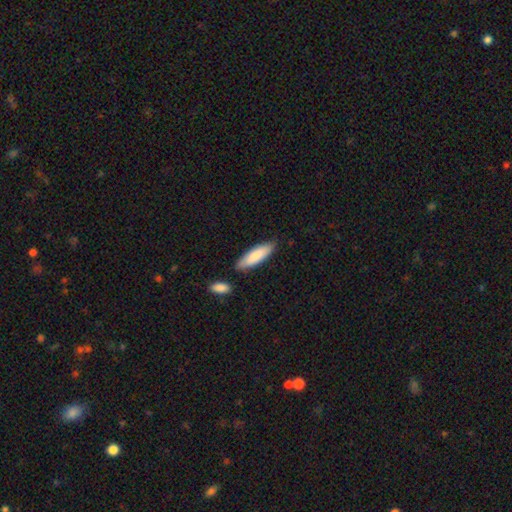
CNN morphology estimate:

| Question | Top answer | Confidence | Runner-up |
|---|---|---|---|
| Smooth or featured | smooth | 83% | featured or disk (12%) |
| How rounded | cigar-shaped | 53% | in between (45%) |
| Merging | none | 79% | minor disturbance (13%) |